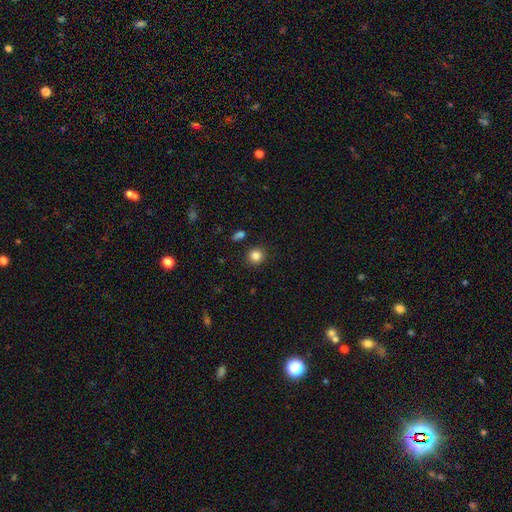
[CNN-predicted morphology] Smooth or featured? Predicted: smooth (p=0.84). How rounded? Predicted: round (p=0.91). Merging? Predicted: none (p=0.89).